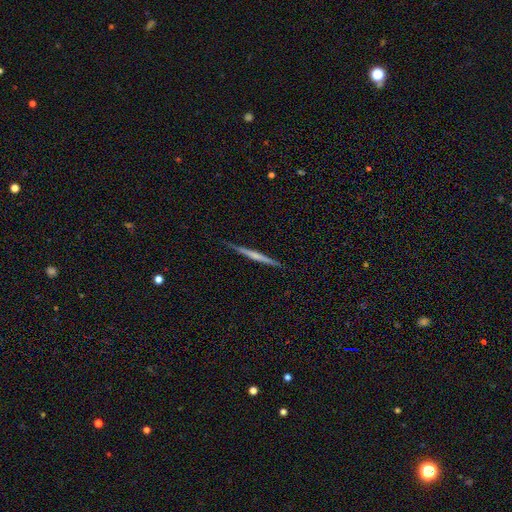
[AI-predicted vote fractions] smooth_or_featured: featured or disk (p=0.60) [alt: smooth p=0.34]
disk_edge_on: yes (p=0.98) [alt: no p=0.02]
edge_on_bulge: none (p=0.63) [alt: rounded p=0.26]
merging: none (p=0.90) [alt: minor disturbance p=0.08]